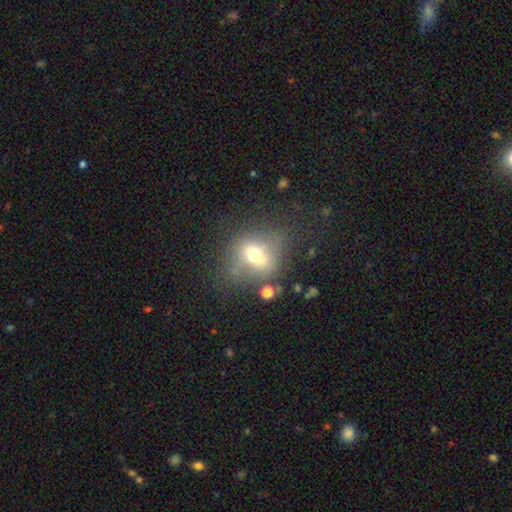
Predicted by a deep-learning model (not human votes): A smooth galaxy with no disk features (53%) that is round (62%).

Vote fractions:
- Smooth or featured? smooth: 53% / featured or disk: 31% / star or artifact: 16%
- How rounded? round: 62% / in between: 36% / cigar-shaped: 2%
- Merging? none: 56% / minor disturbance: 21% / major disturbance: 17% / merger: 5%